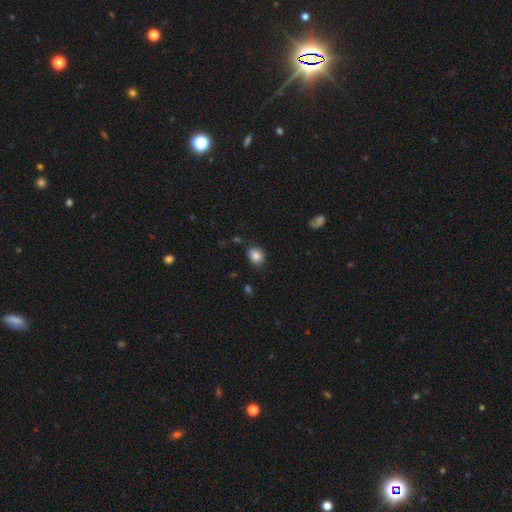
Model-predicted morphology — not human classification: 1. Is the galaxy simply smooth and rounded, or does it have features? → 83% smooth, 9% star or artifact, 7% featured or disk.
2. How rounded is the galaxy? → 56% round, 43% in between, 1% cigar-shaped.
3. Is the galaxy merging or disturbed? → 79% none, 16% minor disturbance, 3% major disturbance, 2% merger.